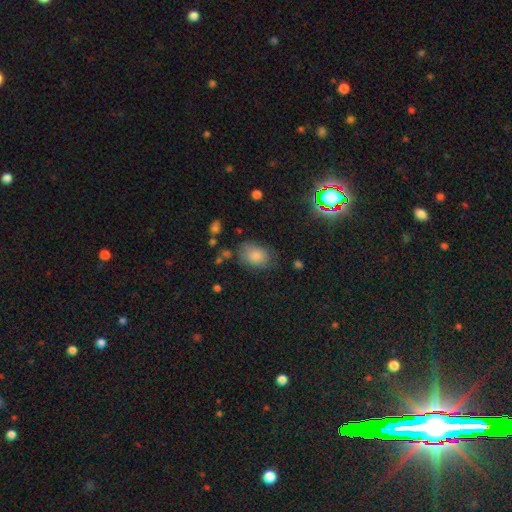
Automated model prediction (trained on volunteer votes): Smooth or featured? smooth (82%)
How rounded? in between (72%)
Merging? none (65%)